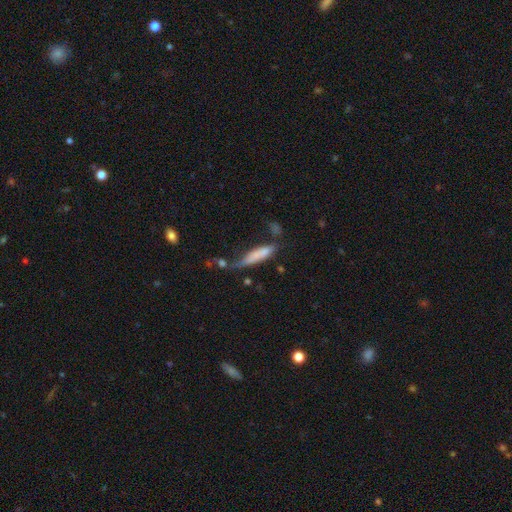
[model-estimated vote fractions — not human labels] Smooth or featured?
  - smooth: 69% *
  - featured or disk: 23%
  - star or artifact: 8%
How rounded?
  - cigar-shaped: 77% *
  - in between: 21%
  - round: 2%
Merging?
  - none: 37% *
  - minor disturbance: 28%
  - major disturbance: 19%
  - merger: 16%